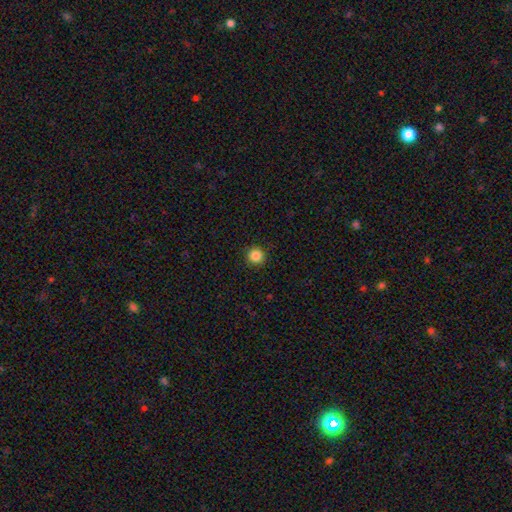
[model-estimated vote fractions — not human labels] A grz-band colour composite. It shows a smooth galaxy with no disk features (85%) that is round (96%). Merging: none (93%).